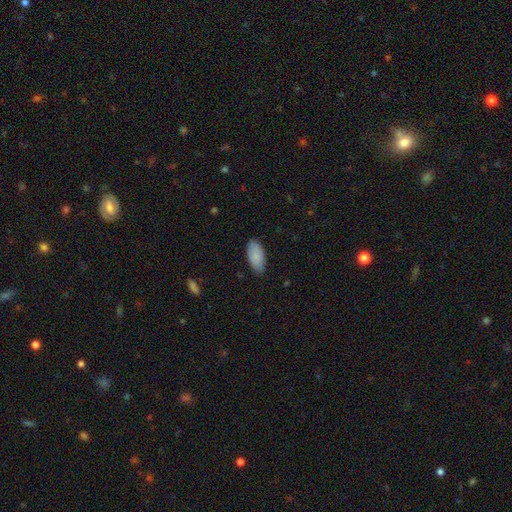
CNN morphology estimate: A smooth galaxy with no disk features (88%) that is in between round and cigar-shaped (93%). Merging: none (82%).